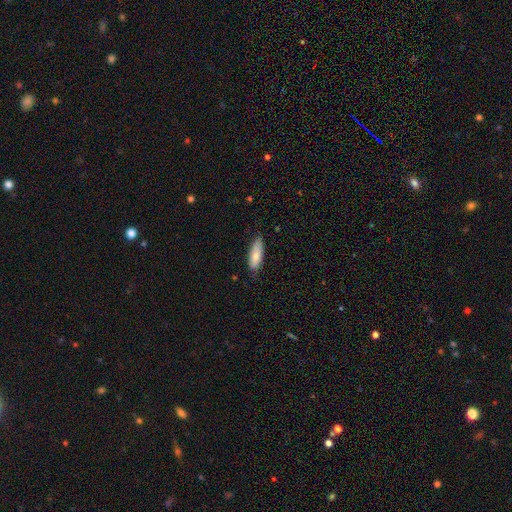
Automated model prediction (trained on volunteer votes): smooth-or-featured: smooth: 82% | featured or disk: 12% | star or artifact: 6%
  how-rounded: in between: 55% | cigar-shaped: 43% | round: 2%
  merging: none: 75% | minor disturbance: 21% | major disturbance: 3% | merger: 1%